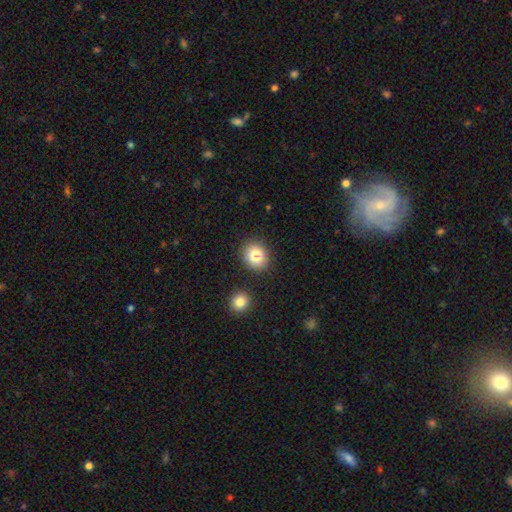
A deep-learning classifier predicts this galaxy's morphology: Smooth or featured? Predicted: smooth (p=0.83). How rounded? Predicted: round (p=0.71). Merging? Predicted: none (p=0.83).